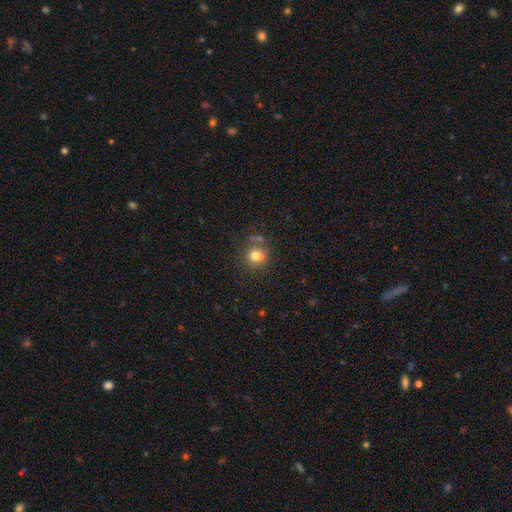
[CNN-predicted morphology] type=smooth (76%); roundness=round (81%); merging=none (64%).